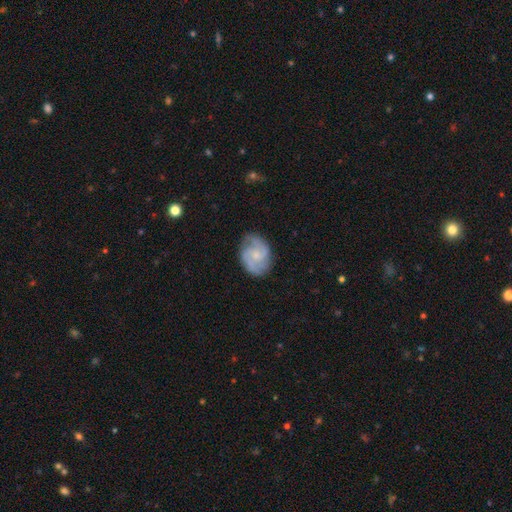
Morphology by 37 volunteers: A featured or disk galaxy (84%) with no bar (63%), 2 (87%) medium (60%) spiral arms (100%) and a small central bulge (50%). Merging: none (75%).